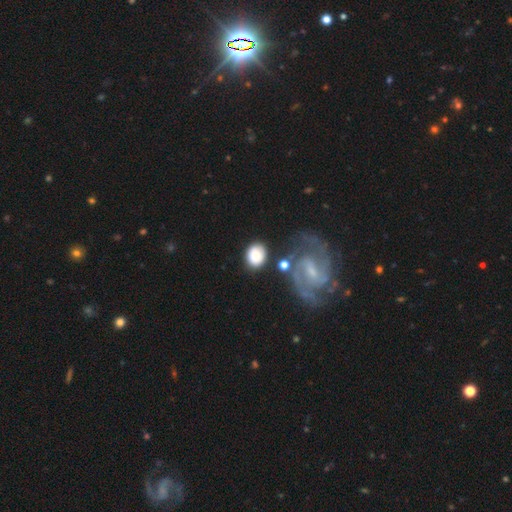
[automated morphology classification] smooth_or_featured: smooth (p=0.76) [alt: featured or disk p=0.17]
how_rounded: round (p=0.56) [alt: in between p=0.43]
merging: none (p=0.63) [alt: minor disturbance p=0.18]